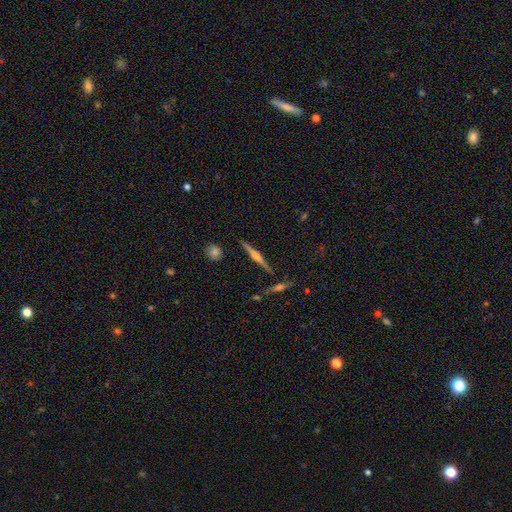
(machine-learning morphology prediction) Smooth or featured? featured or disk (73%)
Edge-on disk? yes (98%)
Edge-on bulge? rounded (74%)
Merging? none (87%)